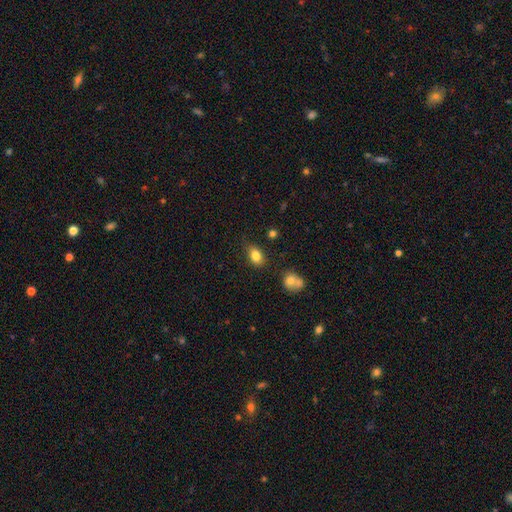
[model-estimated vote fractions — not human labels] smooth_or_featured: smooth (p=0.83) [alt: star or artifact p=0.10]
how_rounded: in between (p=0.75) [alt: round p=0.24]
merging: none (p=0.76) [alt: minor disturbance p=0.17]